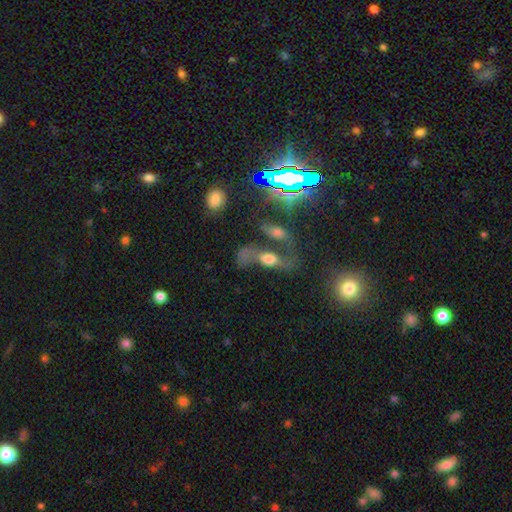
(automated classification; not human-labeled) Morphology: type=featured or disk (51%); edge-on=no (79%); merging=none (35%).